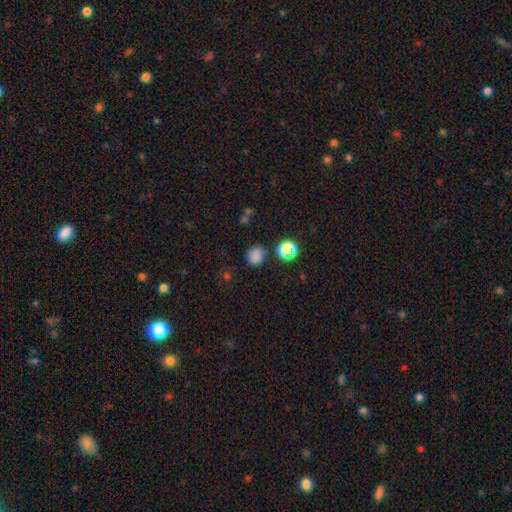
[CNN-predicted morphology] A smooth galaxy with no disk features (78%) that is round (85%).

Vote fractions:
- Smooth or featured? smooth: 78% / star or artifact: 18% / featured or disk: 5%
- How rounded? round: 85% / in between: 14% / cigar-shaped: 1%
- Merging? none: 79% / minor disturbance: 13% / merger: 5% / major disturbance: 4%